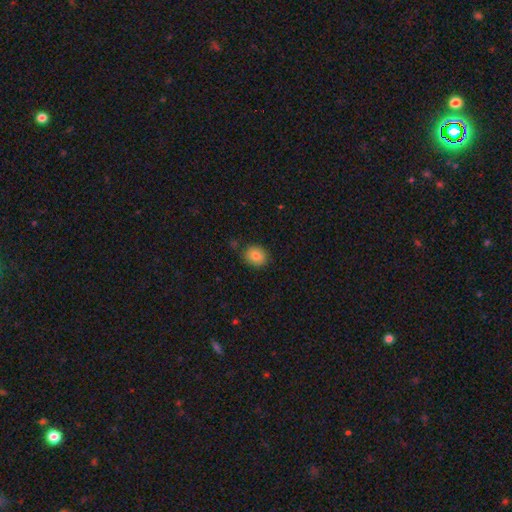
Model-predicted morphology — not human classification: This is clearly a smooth galaxy (84%). How rounded: likely round (67%). Merging: clearly none (84%).